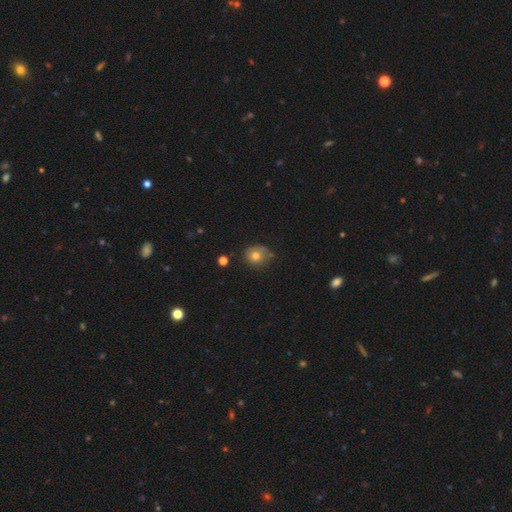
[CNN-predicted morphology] Smooth or featured: smooth — 71% (featured or disk — 18%)
How rounded: round — 78% (in between — 21%)
Merging: none — 61% (minor disturbance — 28%)